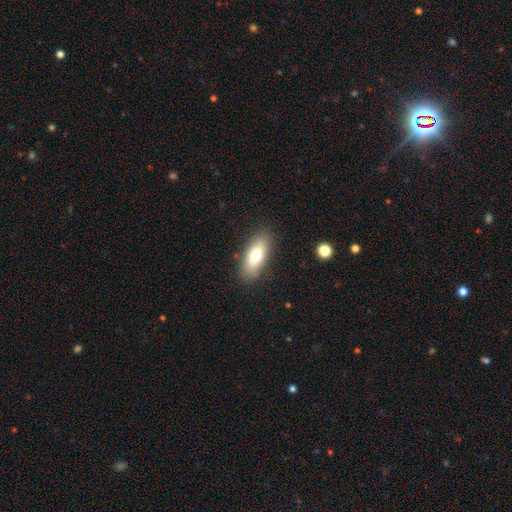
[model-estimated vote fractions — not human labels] Smooth or featured?
  - smooth: 75% *
  - featured or disk: 18%
  - star or artifact: 7%
How rounded?
  - in between: 79% *
  - cigar-shaped: 18%
  - round: 3%
Merging?
  - none: 85% *
  - minor disturbance: 10%
  - major disturbance: 3%
  - merger: 1%